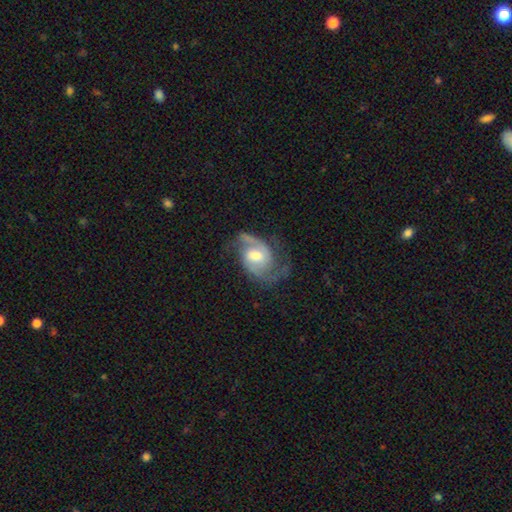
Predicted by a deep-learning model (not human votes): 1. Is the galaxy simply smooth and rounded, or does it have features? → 86% featured or disk, 8% smooth, 5% star or artifact.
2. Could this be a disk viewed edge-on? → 97% no, 3% yes.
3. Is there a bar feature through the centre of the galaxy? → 49% weak, 39% no, 12% strong.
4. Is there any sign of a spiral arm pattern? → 96% yes, 4% no.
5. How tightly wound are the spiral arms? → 53% medium, 24% loose, 24% tight.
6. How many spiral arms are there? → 86% 2, 5% can't tell, 4% 1, 3% 3, 1% 4, 1% more than 4.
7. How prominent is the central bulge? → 59% moderate, 20% large, 16% small, 3% none, 2% dominant.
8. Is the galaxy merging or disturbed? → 64% none, 20% minor disturbance, 14% major disturbance, 2% merger.